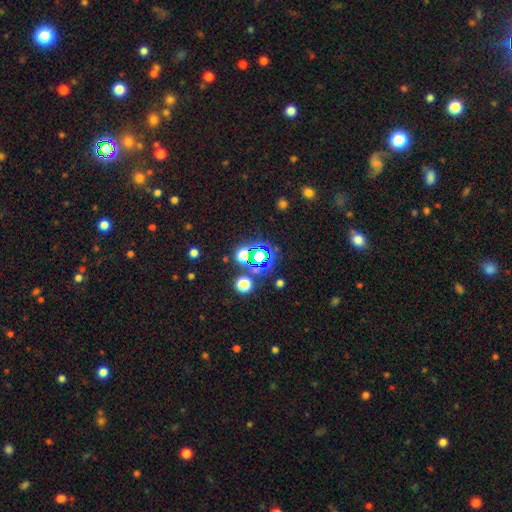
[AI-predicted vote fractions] Smooth or featured?
  - star or artifact: 65% *
  - smooth: 25%
  - featured or disk: 10%